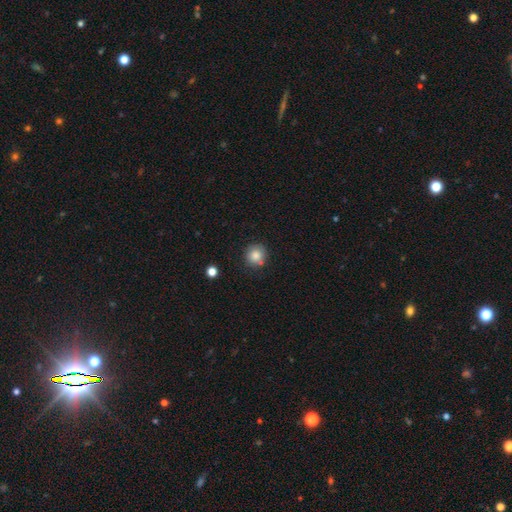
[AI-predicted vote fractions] Smooth or featured? Predicted: smooth (p=0.84). How rounded? Predicted: round (p=0.91). Merging? Predicted: none (p=0.77).